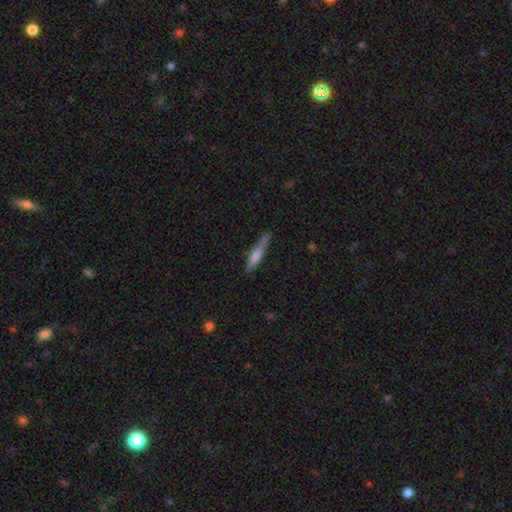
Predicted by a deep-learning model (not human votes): smooth-or-featured: smooth: 51% | featured or disk: 42% | star or artifact: 7%
  how-rounded: cigar-shaped: 89% | in between: 9% | round: 2%
  merging: none: 77% | minor disturbance: 17% | major disturbance: 4% | merger: 3%